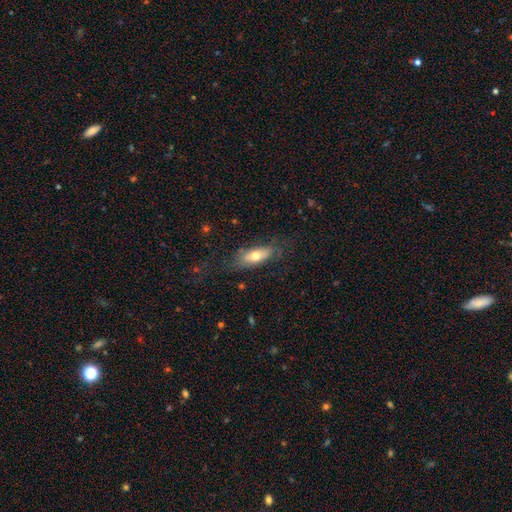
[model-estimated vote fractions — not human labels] A smooth galaxy with no disk features (63%) that is in between round and cigar-shaped (74%).

Vote fractions:
- Smooth or featured? smooth: 63% / featured or disk: 30% / star or artifact: 7%
- How rounded? in between: 74% / cigar-shaped: 23% / round: 3%
- Merging? none: 66% / minor disturbance: 21% / major disturbance: 11% / merger: 2%